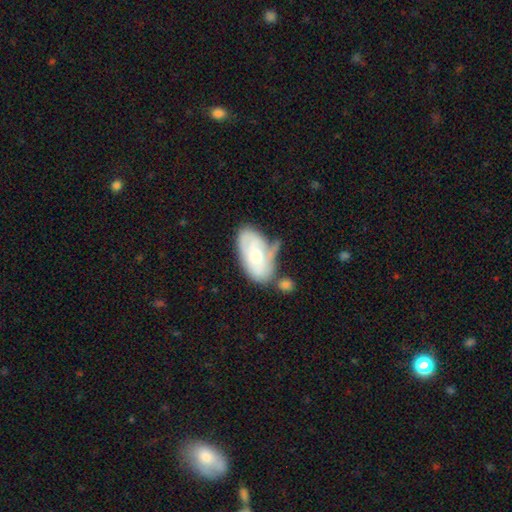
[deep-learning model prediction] This is possibly a featured or disk galaxy (51%). It is clearly not viewed edge-on (93%). Merging: marginally none (39%).